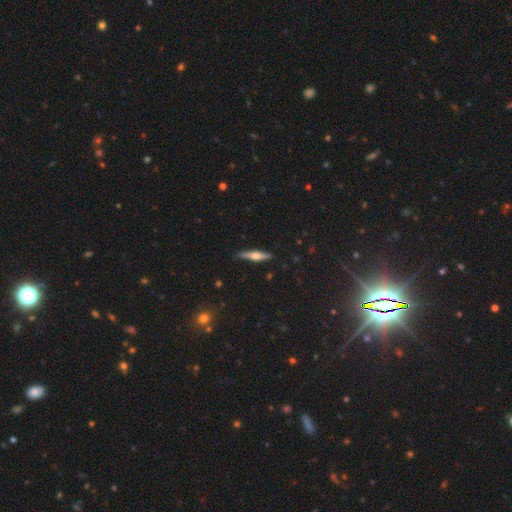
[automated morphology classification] This is likely a featured or disk galaxy (61%). It is clearly viewed edge-on (97%). Edge-on bulge: clearly rounded (91%). Merging: clearly none (89%).